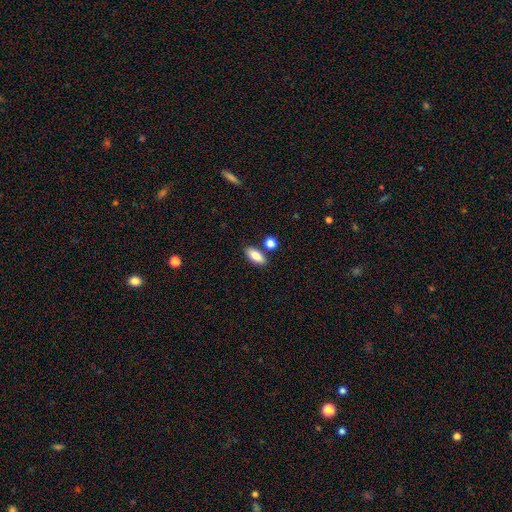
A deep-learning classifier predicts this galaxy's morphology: type=smooth (85%); roundness=in between (86%); merging=none (79%).